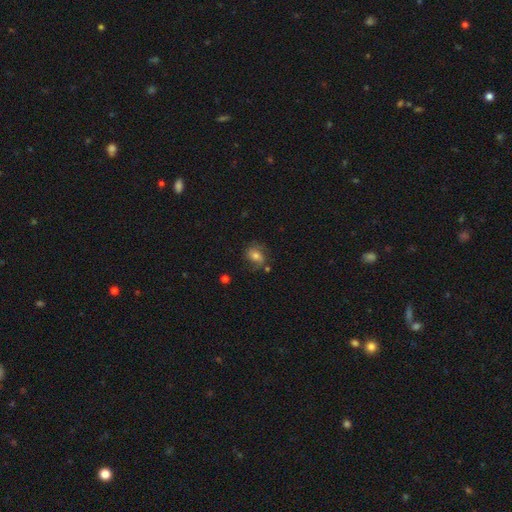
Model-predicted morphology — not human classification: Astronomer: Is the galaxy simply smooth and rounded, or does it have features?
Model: smooth — 45% (runner-up: featured or disk, 43%).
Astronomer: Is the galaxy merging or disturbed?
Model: none — 61%.